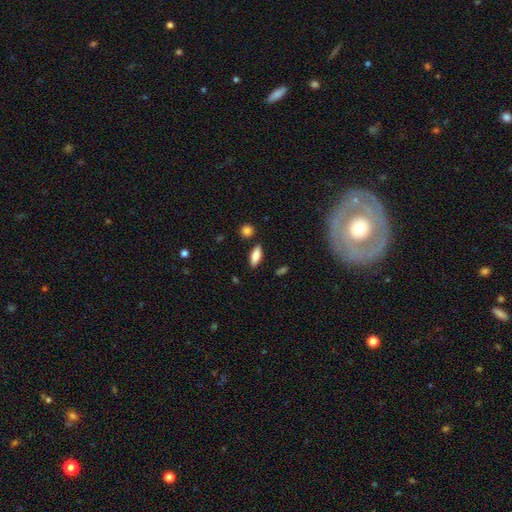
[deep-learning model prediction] A smooth galaxy with no disk features (80%) that is in between round and cigar-shaped (72%).

Vote fractions:
- Smooth or featured? smooth: 80% / featured or disk: 13% / star or artifact: 7%
- How rounded? in between: 72% / cigar-shaped: 25% / round: 3%
- Merging? none: 86% / minor disturbance: 9% / merger: 3% / major disturbance: 2%